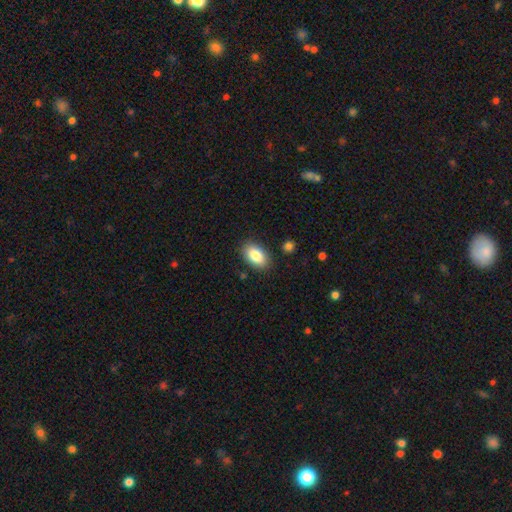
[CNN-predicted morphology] A smooth galaxy with no disk features (85%) that is in between round and cigar-shaped (92%).

Vote fractions:
- Smooth or featured? smooth: 85% / featured or disk: 8% / star or artifact: 7%
- How rounded? in between: 92% / round: 6% / cigar-shaped: 2%
- Merging? none: 87% / minor disturbance: 9% / major disturbance: 2% / merger: 2%